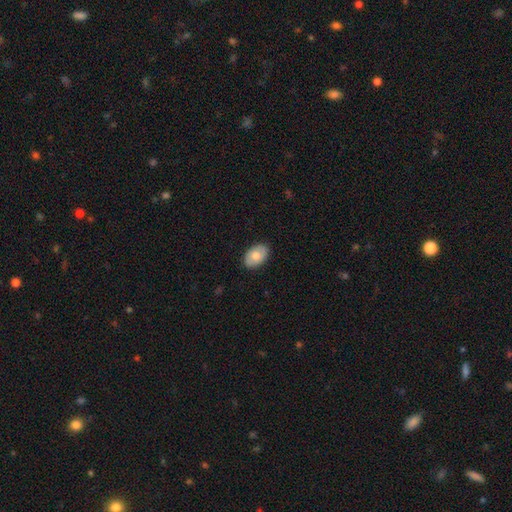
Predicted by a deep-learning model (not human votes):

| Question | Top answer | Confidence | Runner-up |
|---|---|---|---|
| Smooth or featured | smooth | 71% | featured or disk (23%) |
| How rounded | in between | 89% | round (10%) |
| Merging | none | 88% | minor disturbance (9%) |